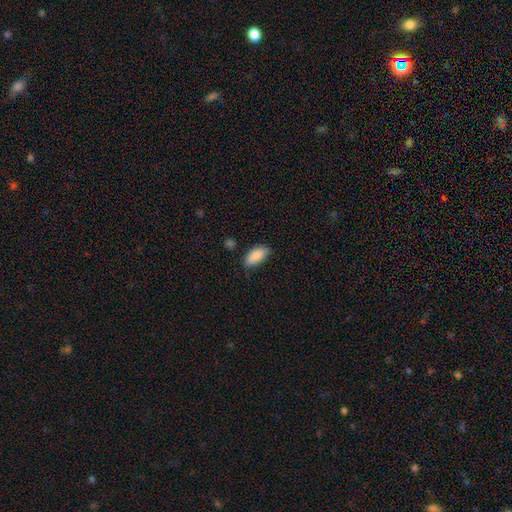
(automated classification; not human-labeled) Overall: smooth (88%). How rounded: in between (88%). Merging: none (72%).